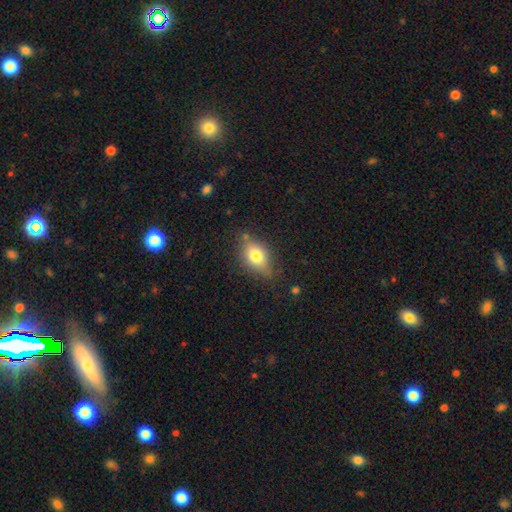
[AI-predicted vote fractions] Smooth or featured: smooth — 75% (featured or disk — 15%)
How rounded: in between — 79% (round — 17%)
Merging: none — 69% (minor disturbance — 22%)